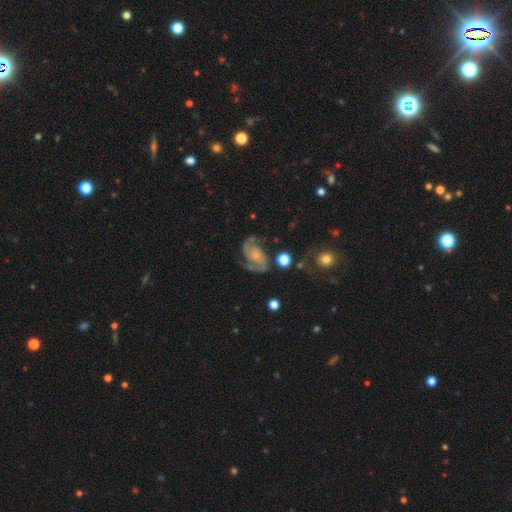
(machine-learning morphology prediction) smooth-or-featured: featured or disk: 87% | smooth: 7% | star or artifact: 6%
  disk-edge-on: no: 98% | yes: 2%
    bar: no: 68% | weak: 25% | strong: 7%
    has-spiral-arms: yes: 97% | no: 3%
      spiral-winding: medium: 53% | tight: 28% | loose: 19%
      spiral-arm-count: 2: 88% | can't tell: 4% | 3: 3% | 1: 2% | 4: 1% | more than 4: 1%
    bulge-size: small: 63% | moderate: 23% | none: 10% | large: 2% | dominant: 1%
  merging: none: 62% | minor disturbance: 20% | major disturbance: 14% | merger: 4%